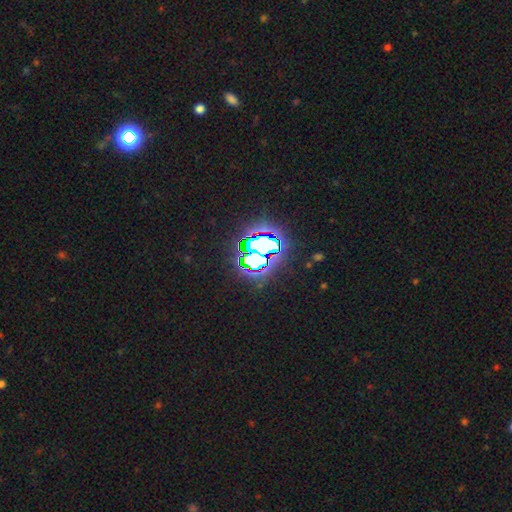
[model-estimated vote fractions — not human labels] The model was most divided on "smooth or featured": star or artifact: 76%, smooth: 13%, featured or disk: 11%.